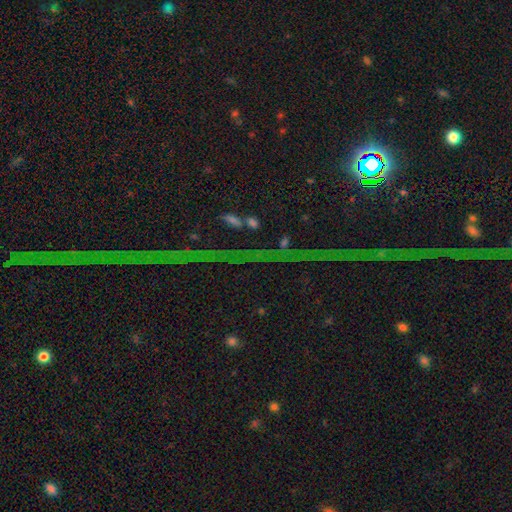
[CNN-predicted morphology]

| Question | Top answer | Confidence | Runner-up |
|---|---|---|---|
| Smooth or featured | star or artifact | 82% | featured or disk (10%) |